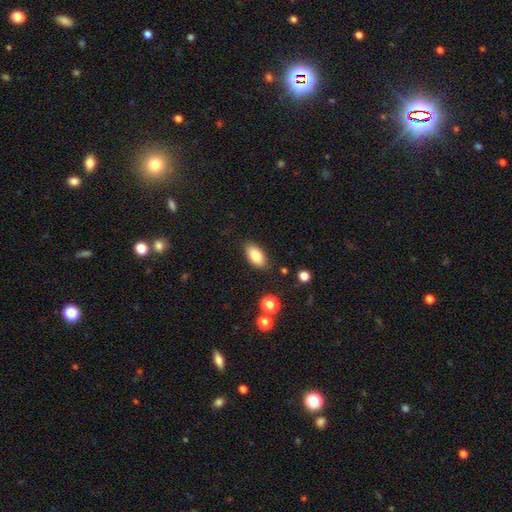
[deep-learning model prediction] A smooth galaxy with no disk features (83%) that is in between round and cigar-shaped (91%). Merging: none (84%).